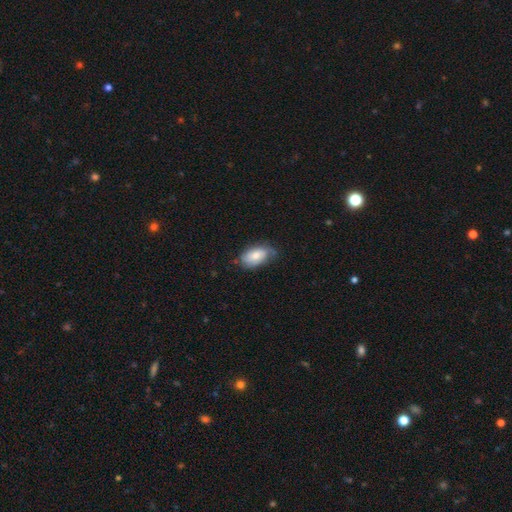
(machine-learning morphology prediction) Q: Smooth or featured?
A: smooth (69%); runner-up: featured or disk (24%)
Q: How rounded?
A: in between (92%); runner-up: round (5%)
Q: Merging?
A: none (59%); runner-up: minor disturbance (32%)